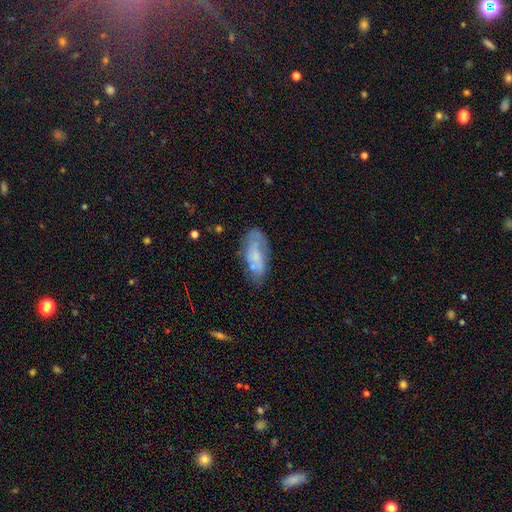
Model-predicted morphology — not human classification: A smooth galaxy with no disk features (49%). Merging: none (59%).